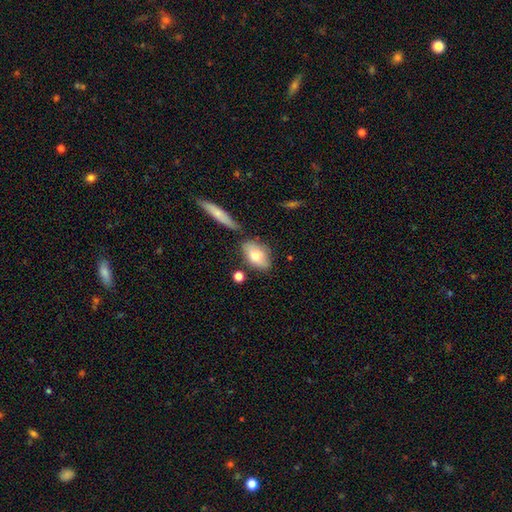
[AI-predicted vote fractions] A smooth galaxy with no disk features (73%) that is in between round and cigar-shaped (84%). Merging: none (68%).